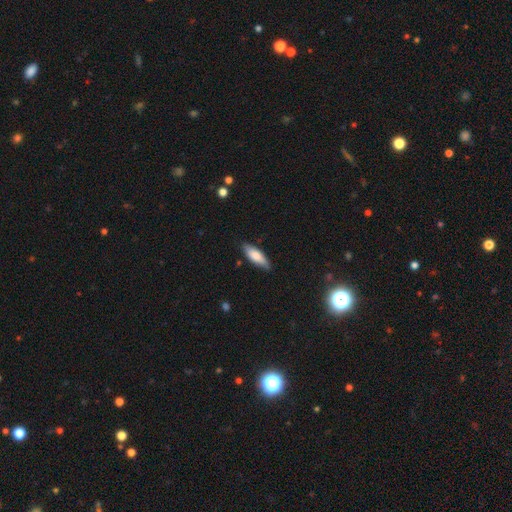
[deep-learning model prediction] Smooth or featured: smooth — 76% (featured or disk — 19%)
How rounded: in between — 60% (cigar-shaped — 39%)
Merging: none — 84% (minor disturbance — 13%)